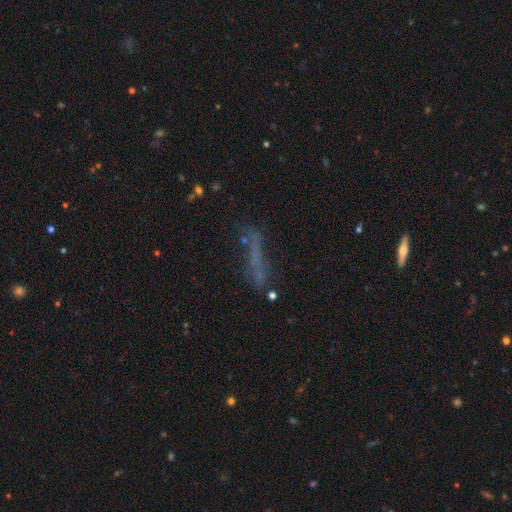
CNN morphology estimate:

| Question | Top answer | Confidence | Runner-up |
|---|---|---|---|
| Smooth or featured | smooth | 41% | featured or disk (35%) |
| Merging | none | 53% | minor disturbance (20%) |